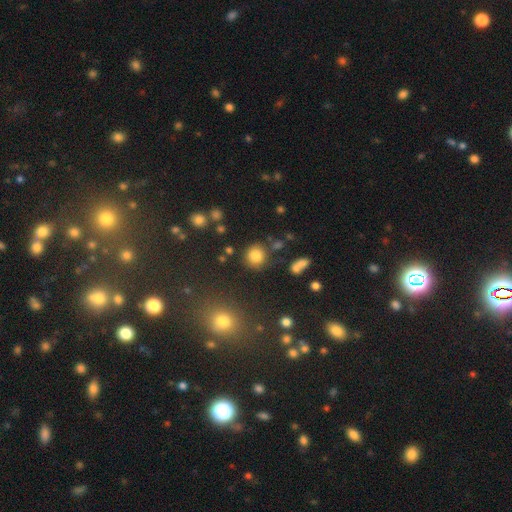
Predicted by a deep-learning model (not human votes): smooth_or_featured: smooth (p=0.80) [alt: star or artifact p=0.13]
how_rounded: round (p=0.87) [alt: in between p=0.12]
merging: none (p=0.79) [alt: minor disturbance p=0.10]